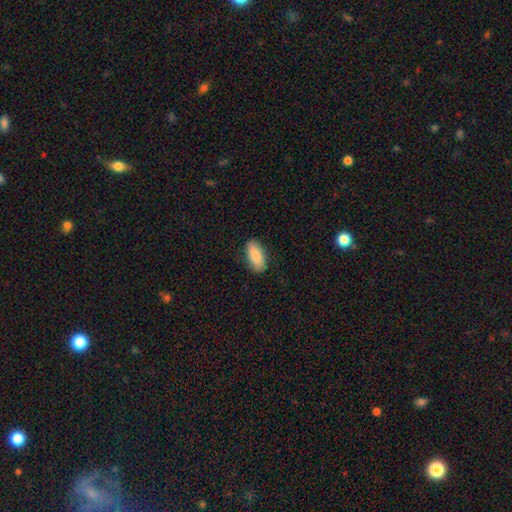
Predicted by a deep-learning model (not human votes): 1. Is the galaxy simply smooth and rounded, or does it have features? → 86% smooth, 8% featured or disk, 6% star or artifact.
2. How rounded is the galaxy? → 88% in between, 9% cigar-shaped, 2% round.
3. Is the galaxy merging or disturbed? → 86% none, 11% minor disturbance, 2% major disturbance, 1% merger.